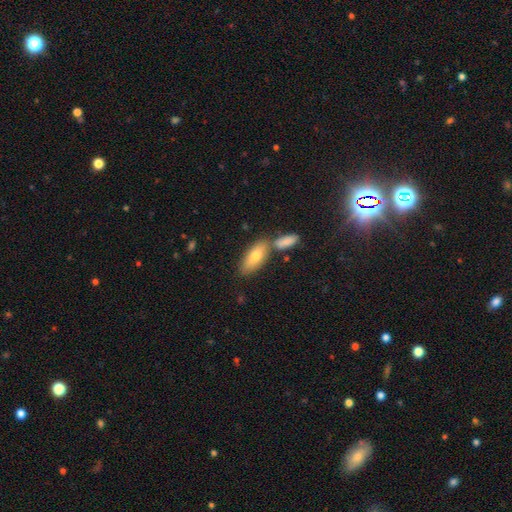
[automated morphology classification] smooth_or_featured: smooth (p=0.74) [alt: featured or disk p=0.19]
how_rounded: in between (p=0.78) [alt: cigar-shaped p=0.20]
merging: none (p=0.57) [alt: merger p=0.28]